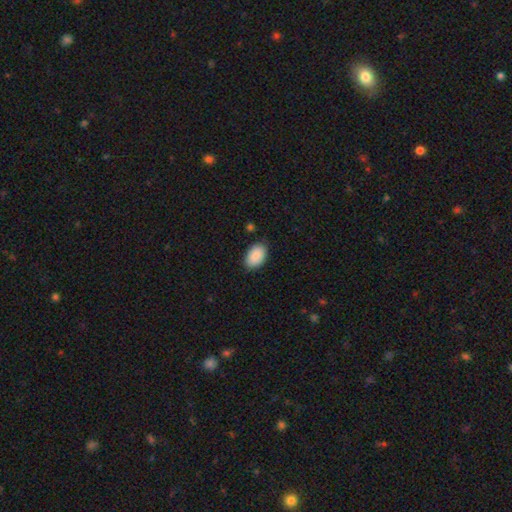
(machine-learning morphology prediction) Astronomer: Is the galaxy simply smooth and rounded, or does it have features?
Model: smooth — 90%.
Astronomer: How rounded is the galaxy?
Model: in between — 93%.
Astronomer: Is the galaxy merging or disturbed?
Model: none — 84%.